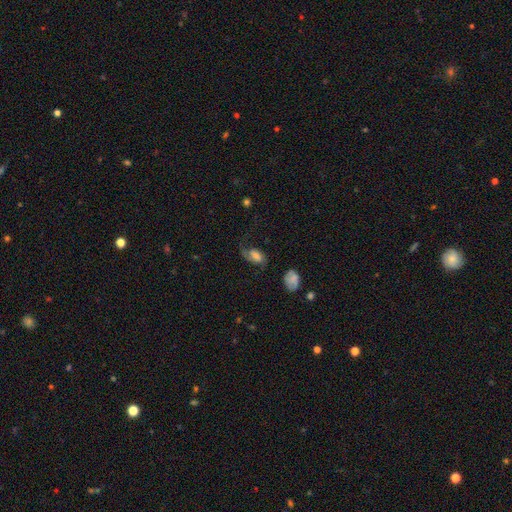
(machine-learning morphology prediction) smooth_or_featured: featured or disk (p=0.56) [alt: smooth p=0.35]
disk_edge_on: no (p=0.95) [alt: yes p=0.05]
bar: no (p=0.50) [alt: weak p=0.37]
has_spiral_arms: yes (p=0.87) [alt: no p=0.13]
bulge_size: moderate (p=0.50) [alt: small p=0.28]
merging: none (p=0.40) [alt: major disturbance p=0.35]